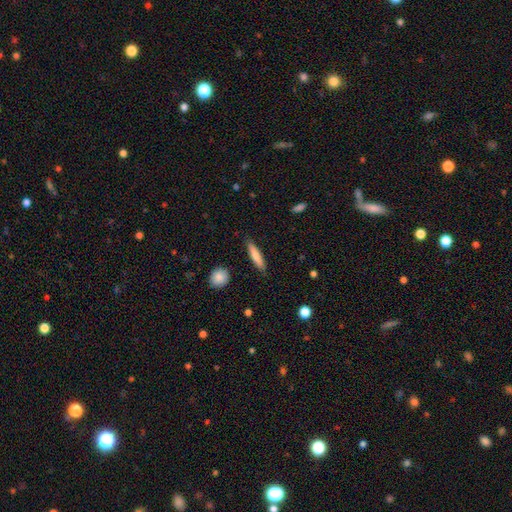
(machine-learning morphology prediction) A smooth galaxy with no disk features (77%) that is cigar-shaped (85%). Merging: none (87%).